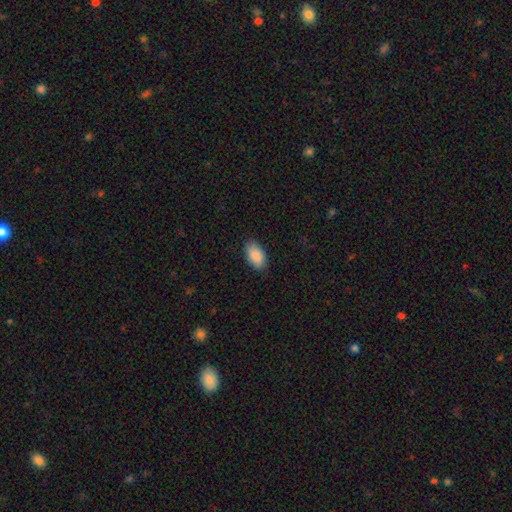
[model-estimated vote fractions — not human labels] The model was most divided on "merging": none: 86%, minor disturbance: 11%, major disturbance: 2%, merger: 1%. More confident: how rounded — in between (95%); smooth or featured — smooth (89%).